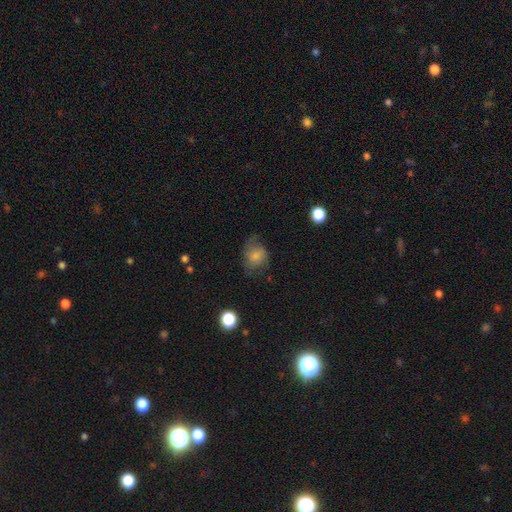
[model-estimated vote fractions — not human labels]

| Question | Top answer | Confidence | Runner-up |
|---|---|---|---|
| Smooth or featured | smooth | 61% | featured or disk (30%) |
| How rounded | round | 55% | in between (44%) |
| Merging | none | 53% | minor disturbance (27%) |